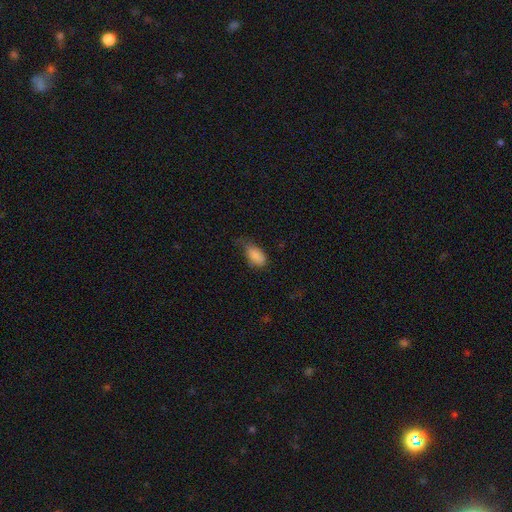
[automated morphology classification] Q: Smooth or featured?
A: smooth (86%); runner-up: star or artifact (7%)
Q: How rounded?
A: in between (93%); runner-up: round (4%)
Q: Merging?
A: minor disturbance (41%); tied with: none (41%)